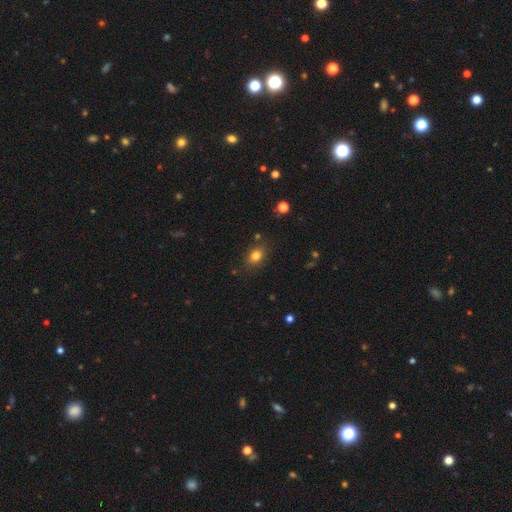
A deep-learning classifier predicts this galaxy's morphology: Smooth or featured? smooth (81%)
How rounded? in between (65%)
Merging? none (82%)